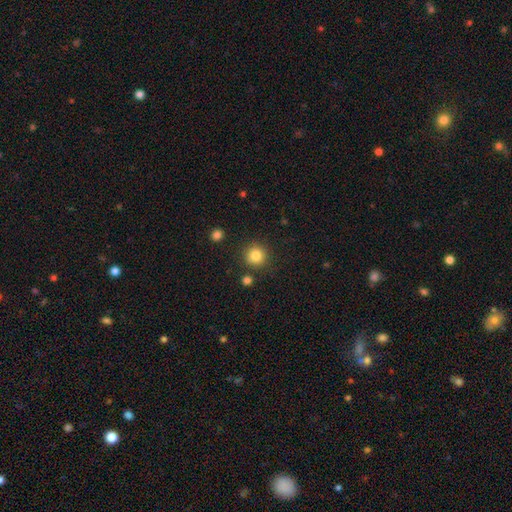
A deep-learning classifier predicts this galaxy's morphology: smooth-or-featured: smooth: 83% | star or artifact: 11% | featured or disk: 6%
  how-rounded: round: 94% | in between: 5% | cigar-shaped: 1%
  merging: none: 88% | minor disturbance: 7% | merger: 3% | major disturbance: 2%